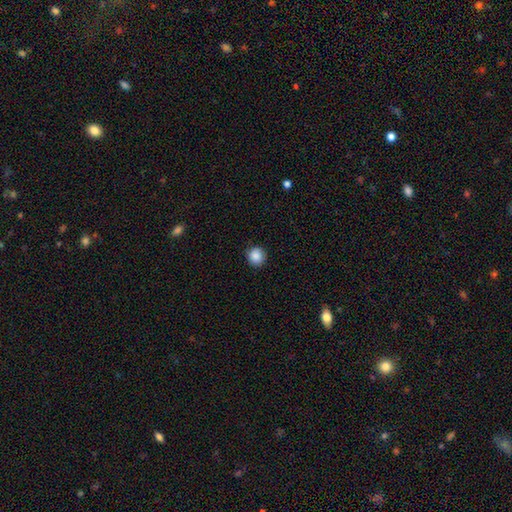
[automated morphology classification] Smooth or featured: smooth — 88% (star or artifact — 9%)
How rounded: round — 92% (in between — 7%)
Merging: none — 90% (minor disturbance — 7%)